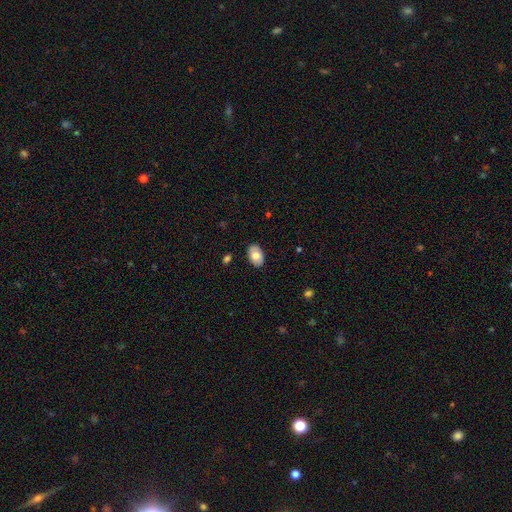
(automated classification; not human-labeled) Smooth or featured? Predicted: smooth (p=0.73). How rounded? Predicted: in between (p=0.91). Merging? Predicted: none (p=0.87).